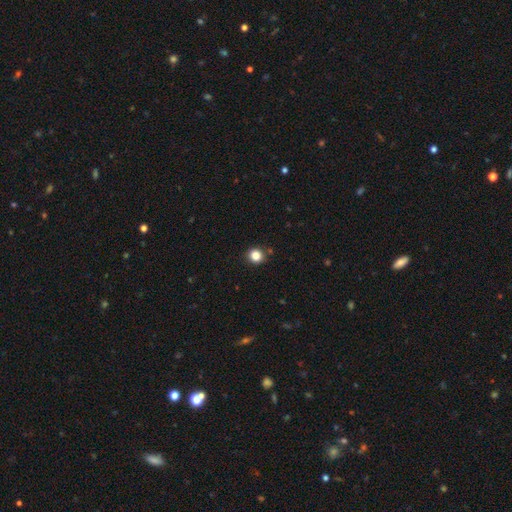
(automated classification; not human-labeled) A smooth galaxy with no disk features (85%) that is round (90%). Merging: none (89%).